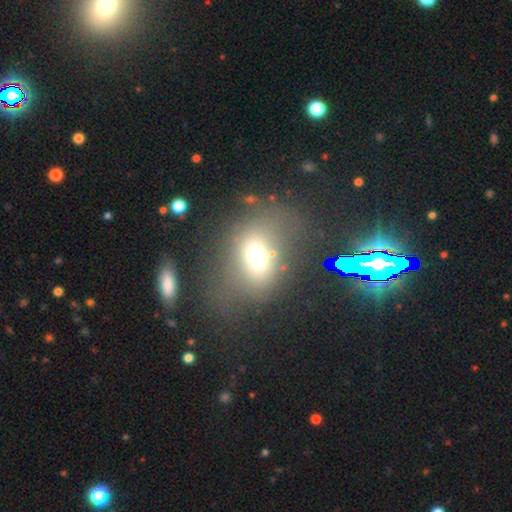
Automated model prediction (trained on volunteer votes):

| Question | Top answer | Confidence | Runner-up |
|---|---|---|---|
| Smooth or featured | smooth | 63% | star or artifact (19%) |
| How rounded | in between | 64% | round (34%) |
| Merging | none | 55% | minor disturbance (18%) |